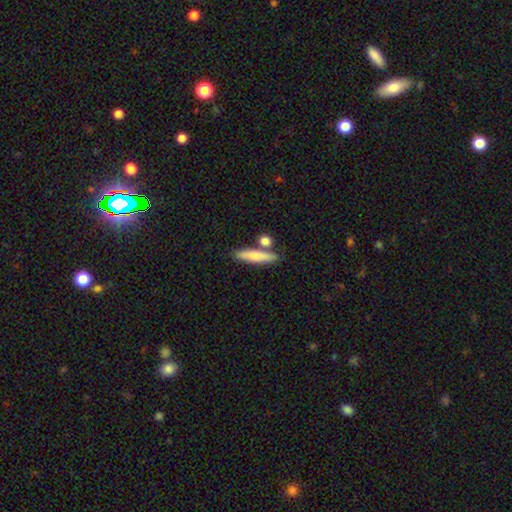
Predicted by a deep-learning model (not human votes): Smooth or featured? smooth (78%)
How rounded? cigar-shaped (78%)
Merging? none (71%)